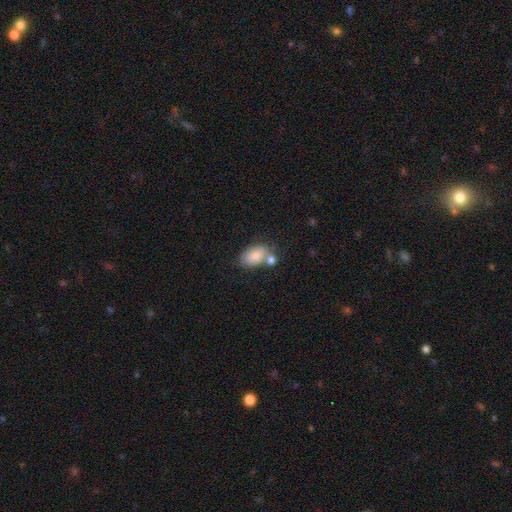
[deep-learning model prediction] Q: Smooth or featured?
A: smooth (82%); runner-up: featured or disk (11%)
Q: How rounded?
A: in between (90%); runner-up: round (8%)
Q: Merging?
A: none (55%); runner-up: merger (24%)